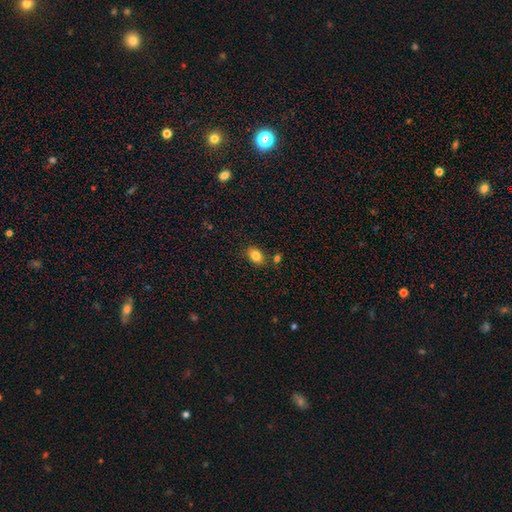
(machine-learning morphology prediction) smooth 83%, star or artifact 9%, featured or disk 7%. Down the decision tree: how rounded — in between (77%); merging — none (79%).